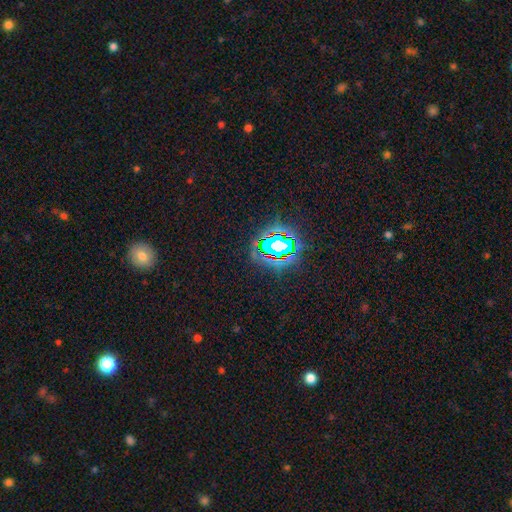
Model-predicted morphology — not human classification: Smooth or featured? star or artifact (76%)